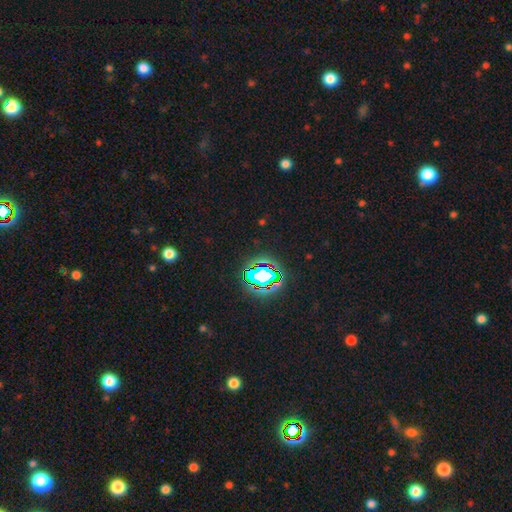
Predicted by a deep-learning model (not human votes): Q: Smooth or featured?
A: star or artifact (79%); runner-up: smooth (13%)